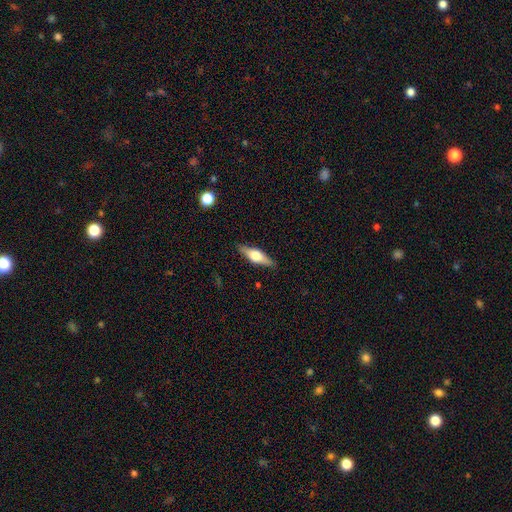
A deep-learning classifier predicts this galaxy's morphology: A featured or disk galaxy (57%) viewed edge-on (94%) with a rounded central bulge (92%).

Vote fractions:
- Smooth or featured? featured or disk: 57% / smooth: 37% / star or artifact: 6%
- Edge-on disk? yes: 94% / no: 6%
- Edge-on bulge? rounded: 92% / boxy: 6% / none: 2%
- Merging? none: 88% / minor disturbance: 9% / major disturbance: 2% / merger: 1%